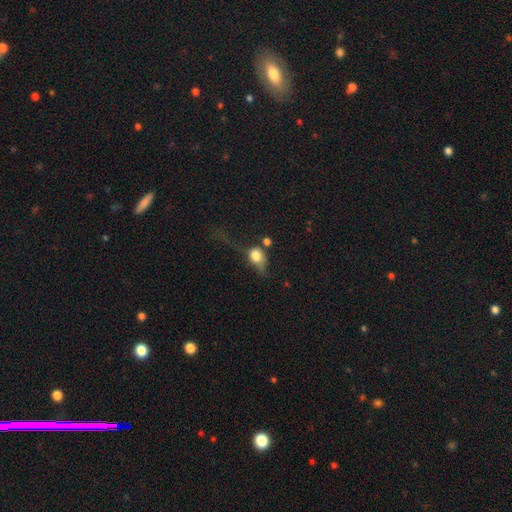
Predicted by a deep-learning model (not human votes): Q: Smooth or featured?
A: smooth (72%); runner-up: featured or disk (18%)
Q: How rounded?
A: round (49%); runner-up: in between (48%)
Q: Merging?
A: major disturbance (45%); runner-up: none (21%)